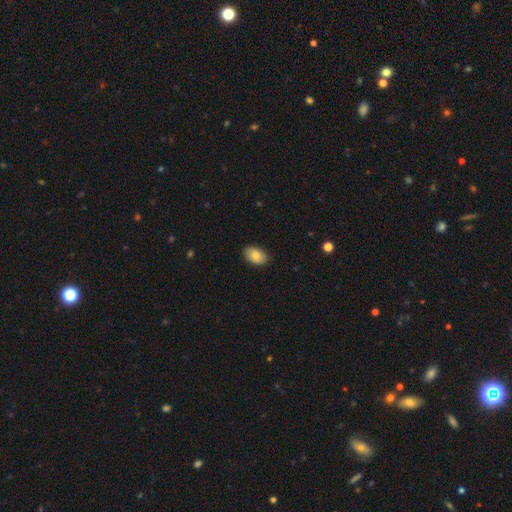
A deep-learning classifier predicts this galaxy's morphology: Smooth or featured? smooth (83%)
How rounded? in between (92%)
Merging? none (88%)